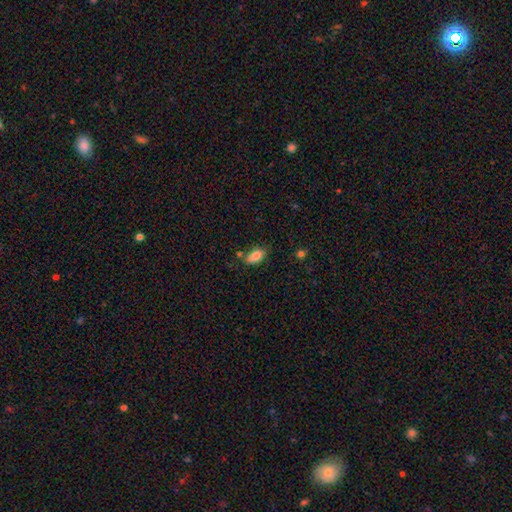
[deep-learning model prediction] This appears to be a smooth galaxy with no disk features (85%) that is in between round and cigar-shaped (91%). Merging: none (68%).